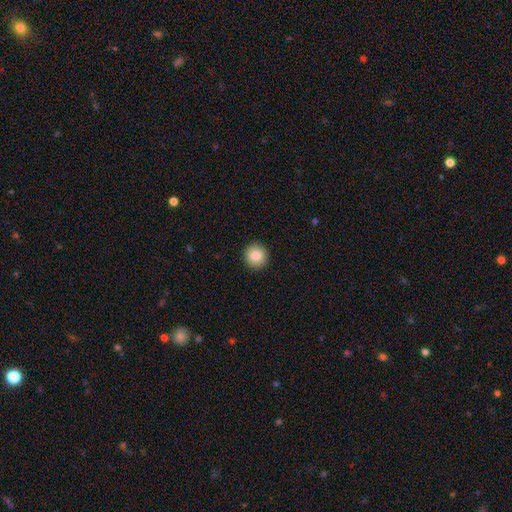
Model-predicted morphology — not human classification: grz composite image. It shows a smooth galaxy with no disk features (87%) that is round (94%). Merging: none (93%).